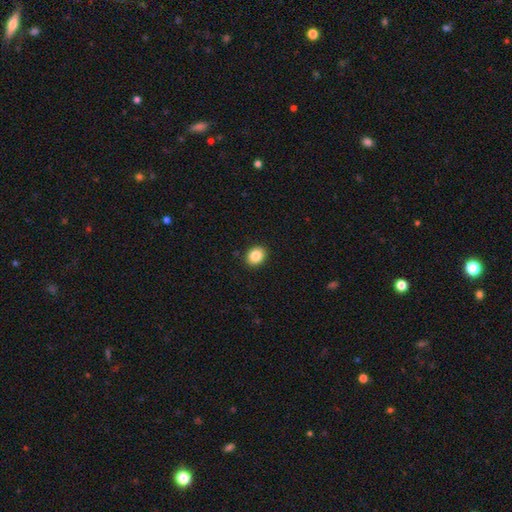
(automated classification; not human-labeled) Smooth or featured? smooth (86%)
How rounded? round (50%)
Merging? none (91%)